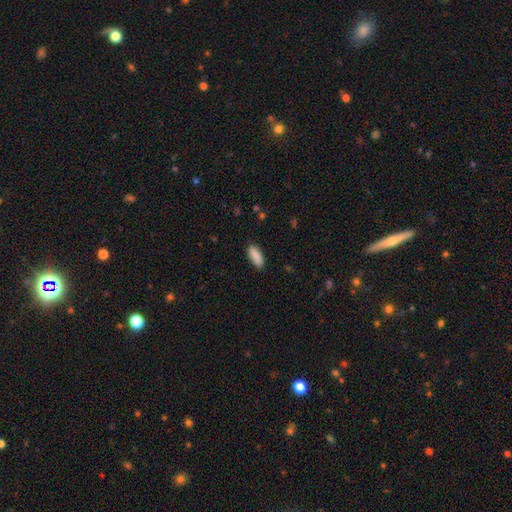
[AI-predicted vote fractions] smooth-or-featured: smooth: 90% | star or artifact: 6% | featured or disk: 4%
  how-rounded: in between: 73% | cigar-shaped: 26% | round: 2%
  merging: none: 87% | minor disturbance: 10% | major disturbance: 2% | merger: 1%